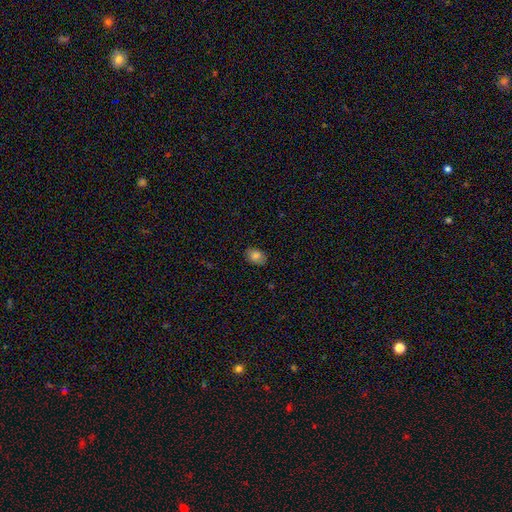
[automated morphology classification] Smooth or featured? Predicted: smooth (p=0.83). How rounded? Predicted: in between (p=0.79). Merging? Predicted: none (p=0.84).